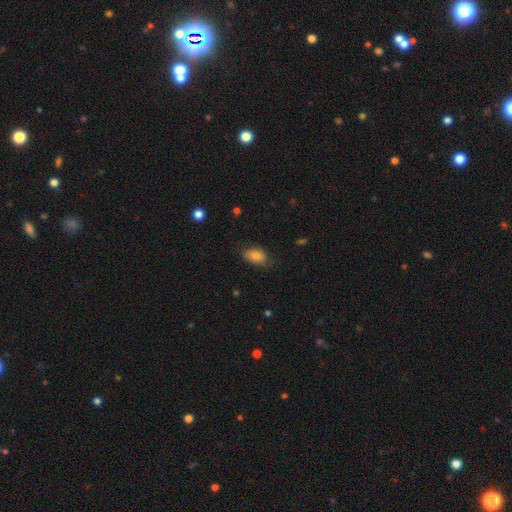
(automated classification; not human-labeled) Q: Smooth or featured?
A: smooth (80%); runner-up: featured or disk (12%)
Q: How rounded?
A: in between (89%); runner-up: round (9%)
Q: Merging?
A: none (68%); runner-up: minor disturbance (25%)